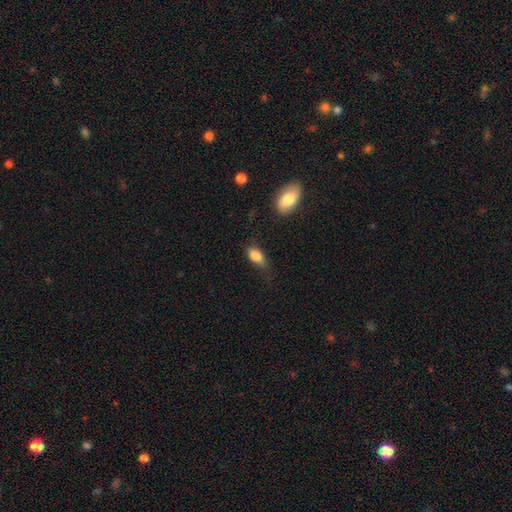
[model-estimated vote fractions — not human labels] smooth-or-featured: smooth: 85% | star or artifact: 8% | featured or disk: 8%
  how-rounded: in between: 87% | round: 9% | cigar-shaped: 4%
  merging: none: 49% | minor disturbance: 35% | major disturbance: 13% | merger: 3%